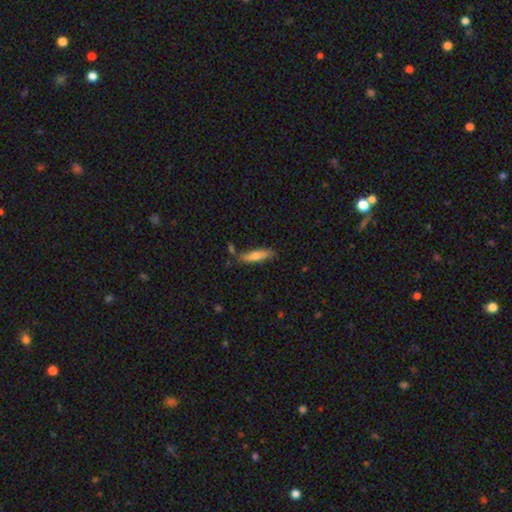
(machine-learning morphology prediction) The model was most divided on "smooth or featured": smooth: 66%, featured or disk: 28%, star or artifact: 6%. More confident: merging — none (76%); how rounded — cigar-shaped (73%).